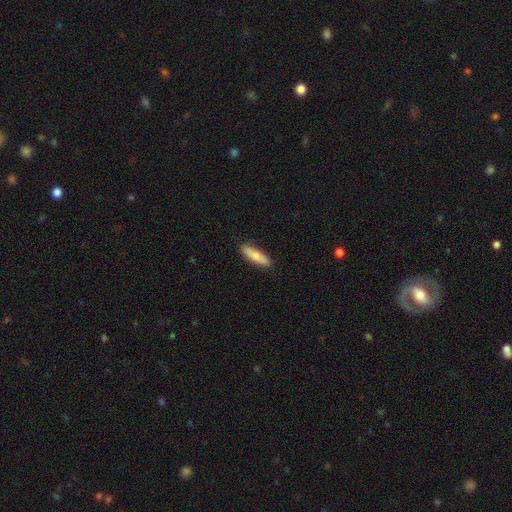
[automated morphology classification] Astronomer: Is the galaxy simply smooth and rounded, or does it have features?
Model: smooth — 78%.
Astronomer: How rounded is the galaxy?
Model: cigar-shaped — 67%.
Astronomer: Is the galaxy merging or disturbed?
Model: none — 89%.